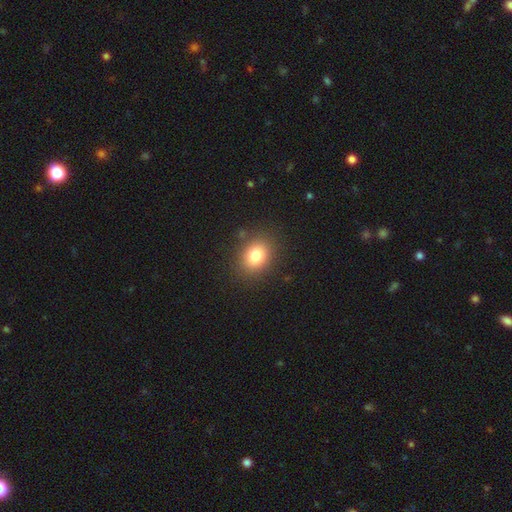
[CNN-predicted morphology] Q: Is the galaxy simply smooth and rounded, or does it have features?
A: smooth — 80%.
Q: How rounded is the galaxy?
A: in between — 51%.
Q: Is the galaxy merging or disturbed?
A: none — 86%.